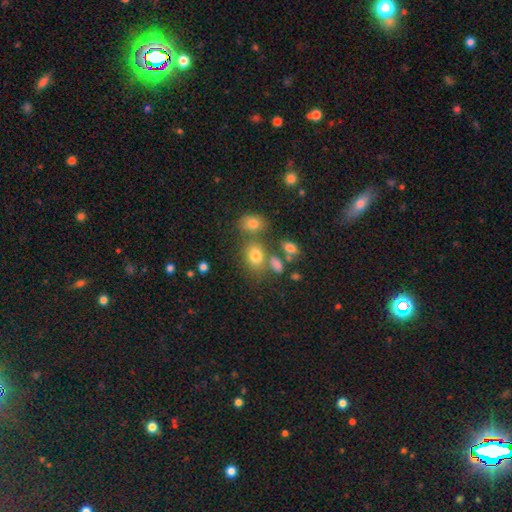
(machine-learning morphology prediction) A smooth galaxy with no disk features (74%) that is in between round and cigar-shaped (62%). Merging: none (57%).